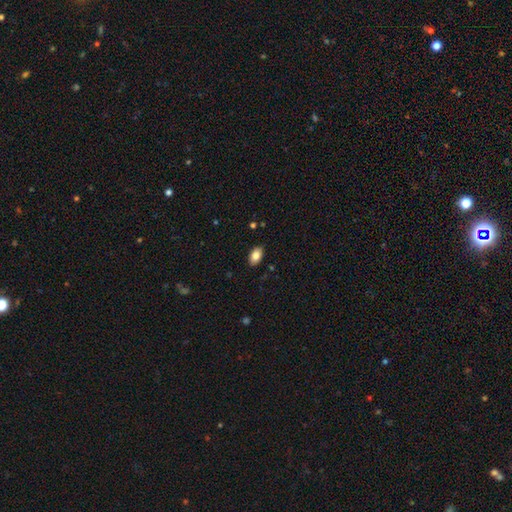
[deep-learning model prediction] The model was most divided on "smooth or featured": smooth: 83%, featured or disk: 9%, star or artifact: 8%. More confident: how rounded — in between (92%); merging — none (88%).